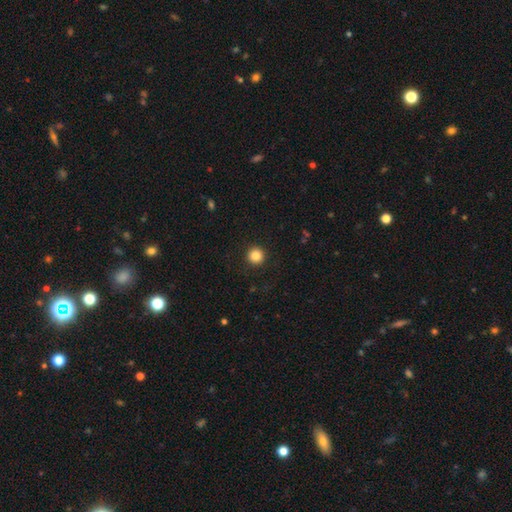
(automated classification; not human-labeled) A smooth galaxy with no disk features (86%) that is round (96%).

Vote fractions:
- Smooth or featured? smooth: 86% / star or artifact: 10% / featured or disk: 4%
- How rounded? round: 96% / in between: 3% / cigar-shaped: 1%
- Merging? none: 92% / minor disturbance: 5% / major disturbance: 2% / merger: 1%